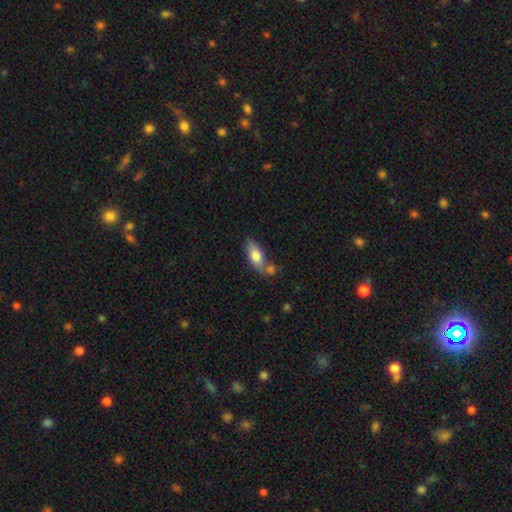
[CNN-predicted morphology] smooth-or-featured: smooth: 70% | featured or disk: 23% | star or artifact: 6%
  how-rounded: in between: 75% | cigar-shaped: 22% | round: 4%
  merging: none: 54% | merger: 24% | minor disturbance: 17% | major disturbance: 5%